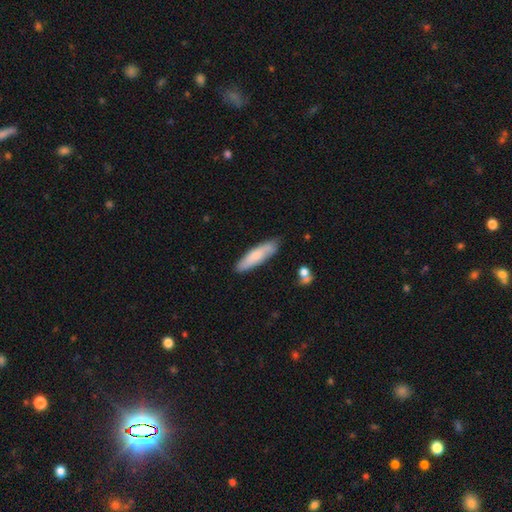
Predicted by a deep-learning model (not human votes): smooth-or-featured: smooth: 71% | featured or disk: 23% | star or artifact: 5%
  how-rounded: cigar-shaped: 71% | in between: 28% | round: 2%
  merging: none: 80% | minor disturbance: 15% | major disturbance: 2% | merger: 2%